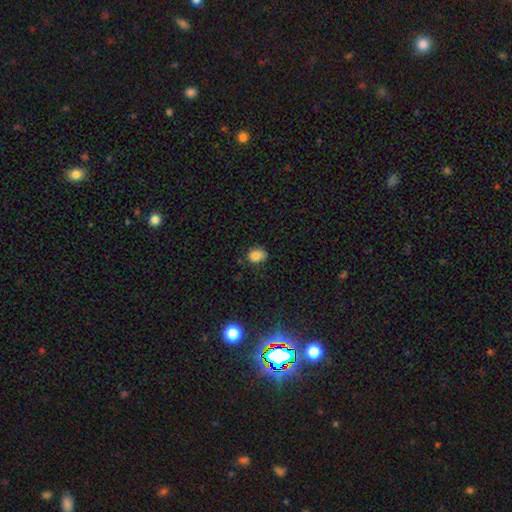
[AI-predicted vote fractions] smooth-or-featured: smooth: 83% | star or artifact: 11% | featured or disk: 6%
  how-rounded: in between: 57% | round: 42% | cigar-shaped: 1%
  merging: none: 63% | minor disturbance: 28% | major disturbance: 6% | merger: 2%